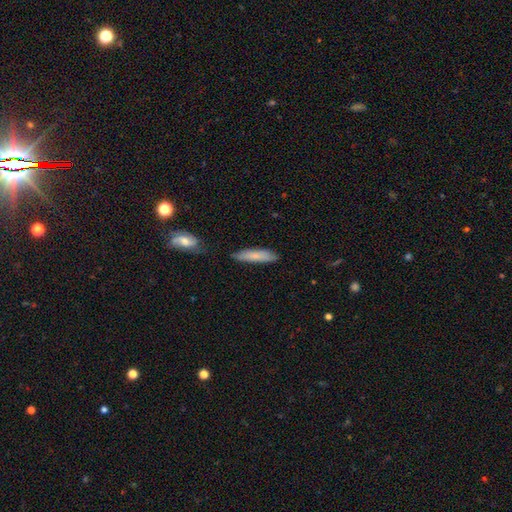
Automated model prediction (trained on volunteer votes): A smooth galaxy with no disk features (75%) that is cigar-shaped (79%). Merging: none (80%).